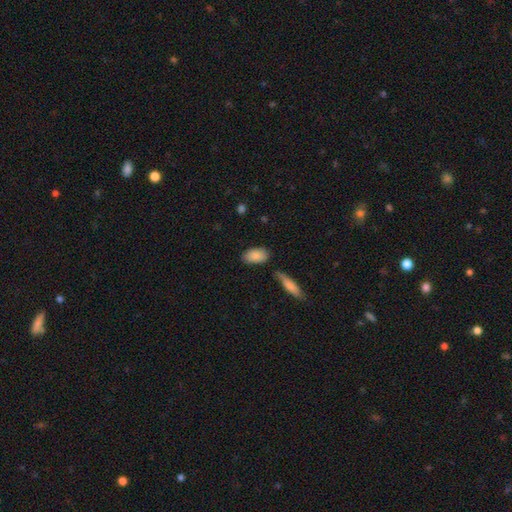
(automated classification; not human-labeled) Morphology: type=smooth (87%); roundness=in between (92%); merging=none (78%).